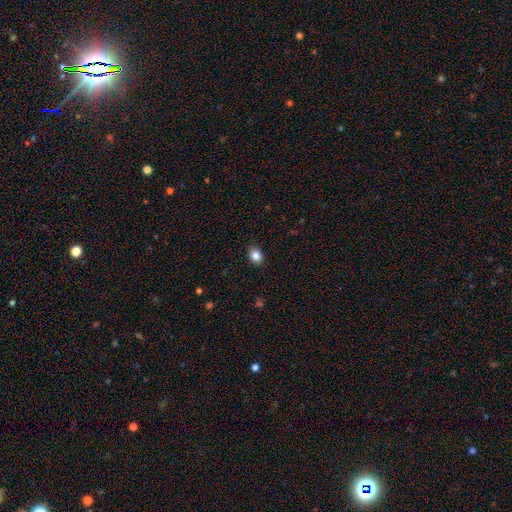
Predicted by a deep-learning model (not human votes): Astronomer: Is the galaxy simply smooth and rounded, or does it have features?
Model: smooth — 85%.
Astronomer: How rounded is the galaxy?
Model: in between — 52% (runner-up: round, 47%).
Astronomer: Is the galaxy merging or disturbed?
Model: none — 88%.